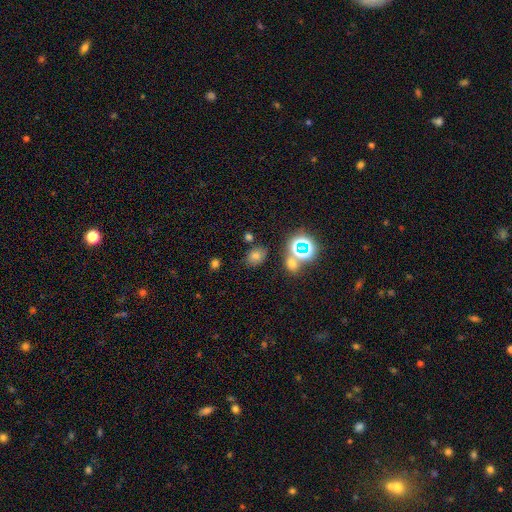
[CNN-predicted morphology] This is possibly a smooth galaxy (56%). How rounded: possibly in between (58%). Merging: likely none (78%).